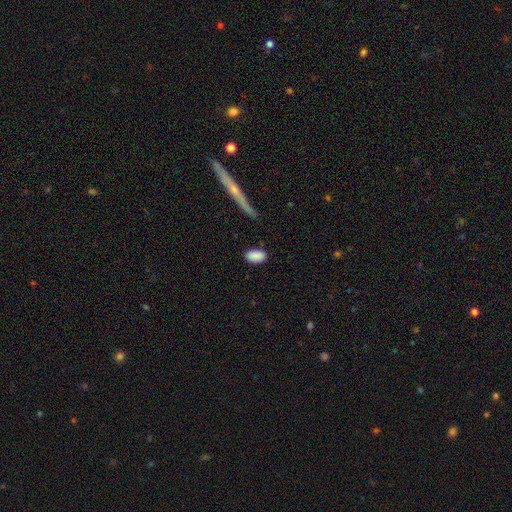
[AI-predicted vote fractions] smooth_or_featured: smooth (p=0.89) [alt: star or artifact p=0.07]
how_rounded: in between (p=0.93) [alt: round p=0.04]
merging: none (p=0.83) [alt: minor disturbance p=0.12]